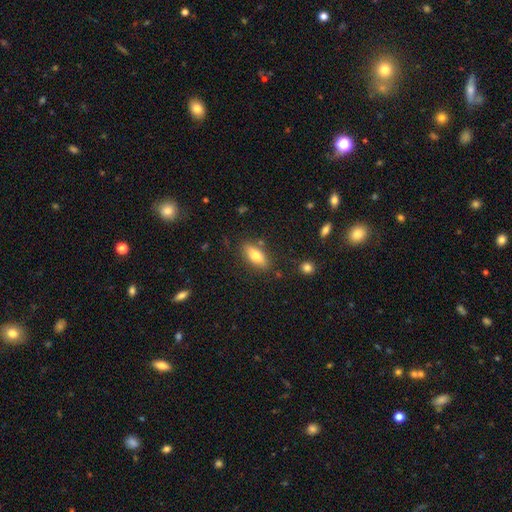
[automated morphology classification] The model was most divided on "smooth or featured": smooth: 72%, featured or disk: 21%, star or artifact: 7%. More confident: merging — none (82%); how rounded — in between (76%).